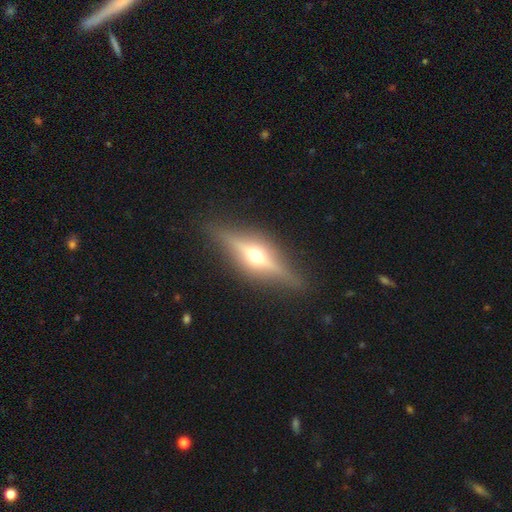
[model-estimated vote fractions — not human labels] Smooth or featured? Predicted: featured or disk (p=0.79). Edge-on disk? Predicted: yes (p=0.96). Edge-on bulge? Predicted: rounded (p=0.94). Merging? Predicted: none (p=0.88).